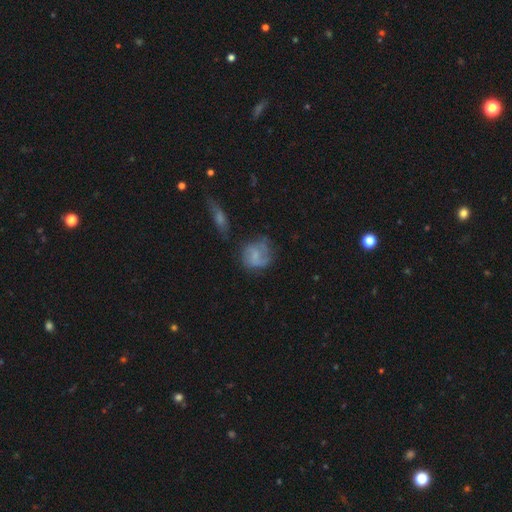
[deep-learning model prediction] Q: Smooth or featured?
A: smooth (49%); runner-up: featured or disk (42%)
Q: Merging?
A: none (53%); runner-up: minor disturbance (25%)